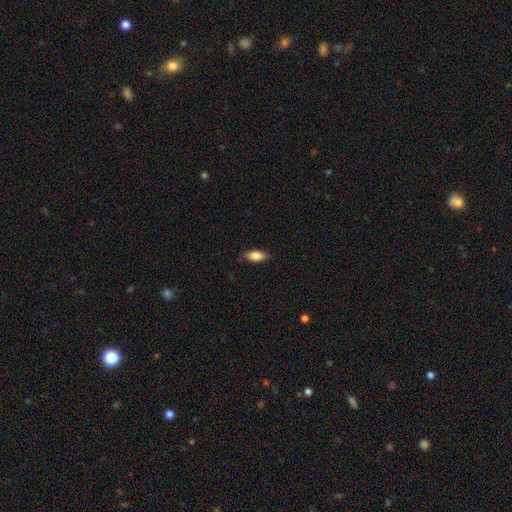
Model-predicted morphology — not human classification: type=smooth (84%); roundness=in between (86%); merging=none (84%).